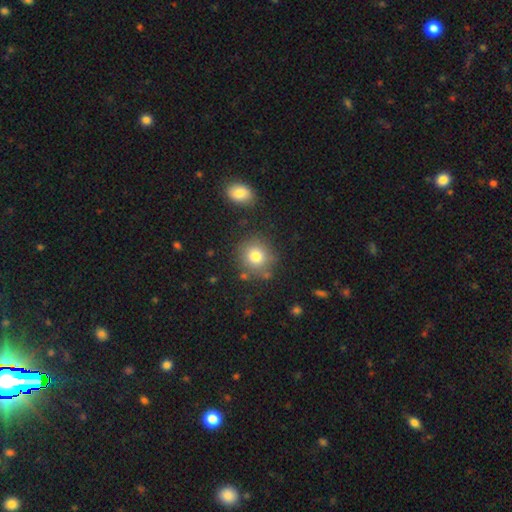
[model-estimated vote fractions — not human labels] Smooth or featured? smooth (79%)
How rounded? round (89%)
Merging? none (80%)